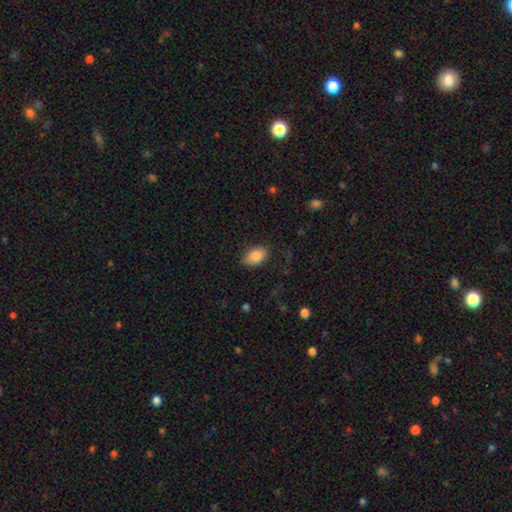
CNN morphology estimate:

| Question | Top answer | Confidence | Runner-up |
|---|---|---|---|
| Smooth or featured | smooth | 86% | star or artifact (7%) |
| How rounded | in between | 89% | round (10%) |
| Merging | none | 75% | minor disturbance (19%) |